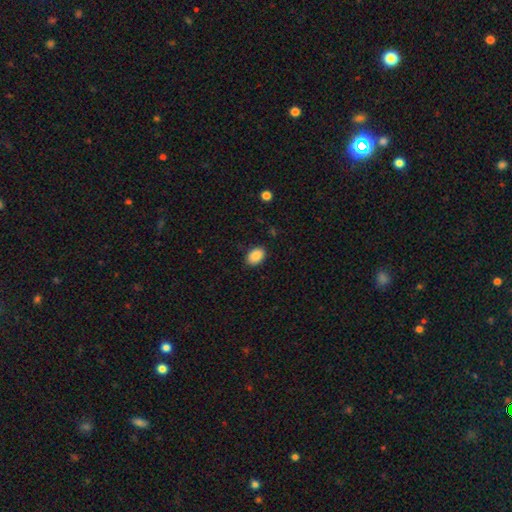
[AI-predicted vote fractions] A smooth galaxy with no disk features (89%) that is in between round and cigar-shaped (81%). Merging: none (87%).